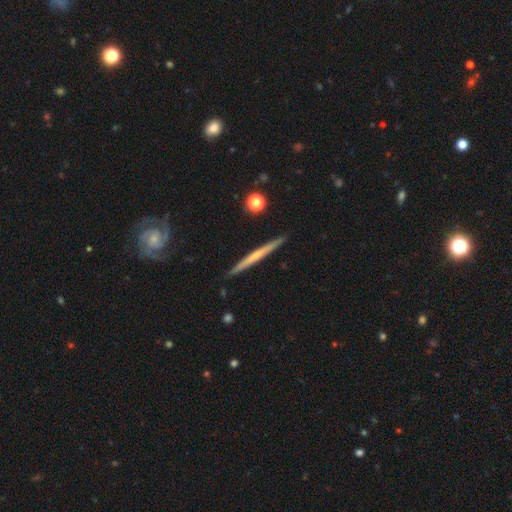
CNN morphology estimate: Overall: featured or disk (61%; smooth 34%). Edge-on disk: yes (97%). Edge-on bulge: none (71%). Merging: none (91%).